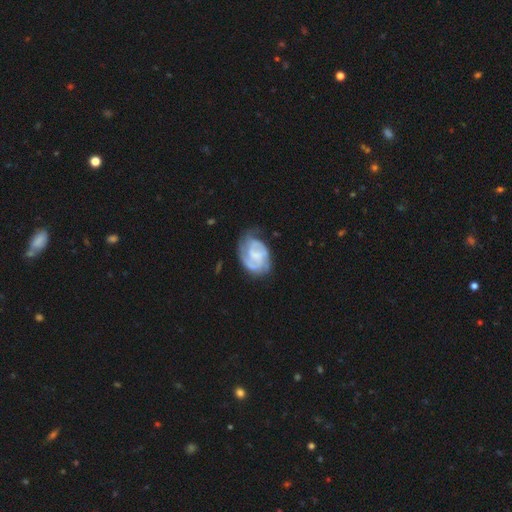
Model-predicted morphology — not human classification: This appears to be a featured or disk galaxy (77%) with no bar (45%), 2 (52%) tight (49%) spiral arms (92%) and no central bulge (44%). Merging: none (55%).